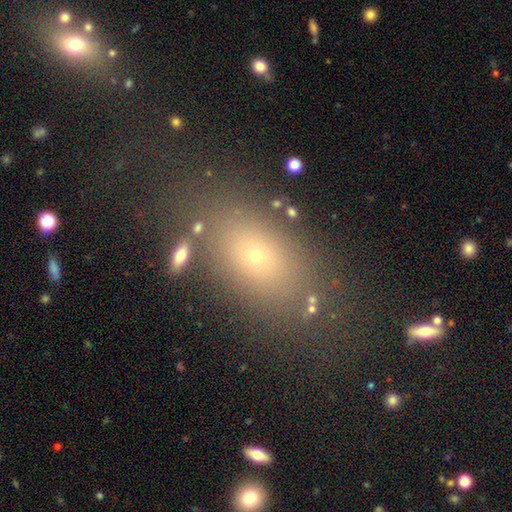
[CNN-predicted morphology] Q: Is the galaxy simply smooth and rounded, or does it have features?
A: smooth — 68%.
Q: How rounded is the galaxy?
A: in between — 81%.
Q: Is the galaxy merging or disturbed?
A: none — 76%.